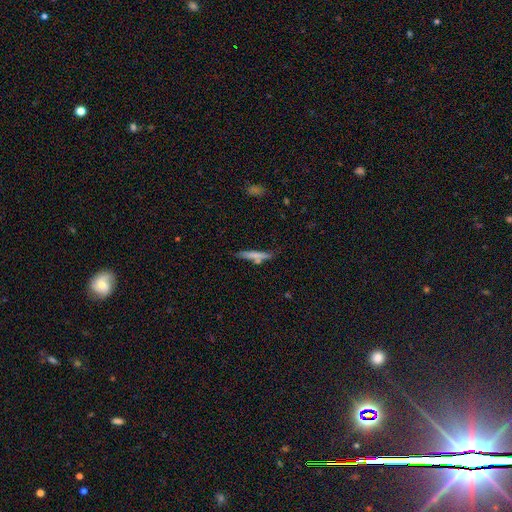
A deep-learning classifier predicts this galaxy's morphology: smooth_or_featured: smooth (p=0.67) [alt: featured or disk p=0.26]
how_rounded: cigar-shaped (p=0.91) [alt: in between p=0.07]
merging: none (p=0.73) [alt: minor disturbance p=0.14]